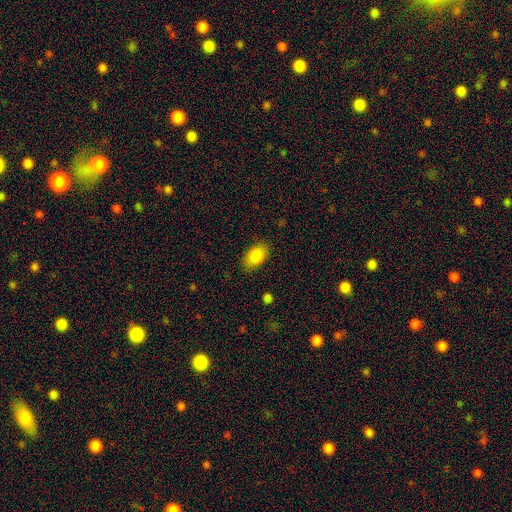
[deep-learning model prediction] Smooth or featured? Predicted: smooth (p=0.86). How rounded? Predicted: in between (p=0.90). Merging? Predicted: none (p=0.85).